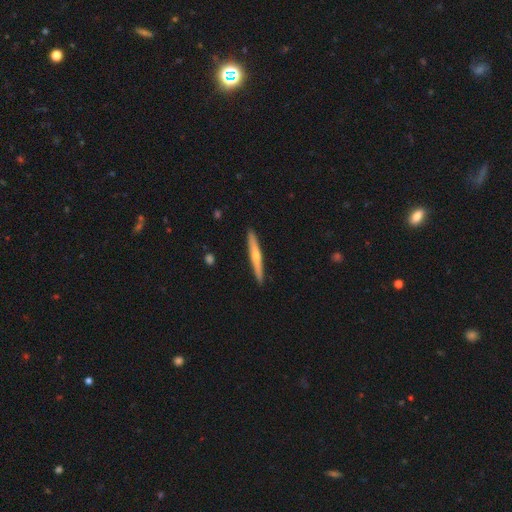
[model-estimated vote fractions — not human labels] A featured or disk galaxy (63%) viewed edge-on (97%) with a rounded central bulge (79%).

Vote fractions:
- Smooth or featured? featured or disk: 63% / smooth: 32% / star or artifact: 6%
- Edge-on disk? yes: 97% / no: 3%
- Edge-on bulge? rounded: 79% / none: 17% / boxy: 3%
- Merging? none: 91% / minor disturbance: 6% / major disturbance: 1% / merger: 1%